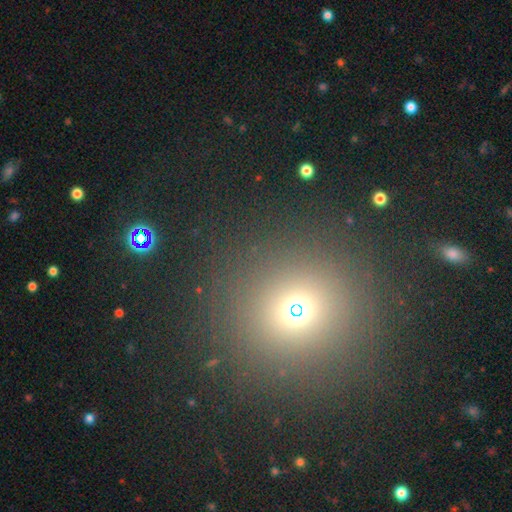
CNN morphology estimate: A smooth galaxy with no disk features (59%) that is round (91%).

Vote fractions:
- Smooth or featured? smooth: 59% / star or artifact: 34% / featured or disk: 7%
- How rounded? round: 91% / in between: 7% / cigar-shaped: 1%
- Merging? none: 89% / minor disturbance: 6% / major disturbance: 3% / merger: 2%